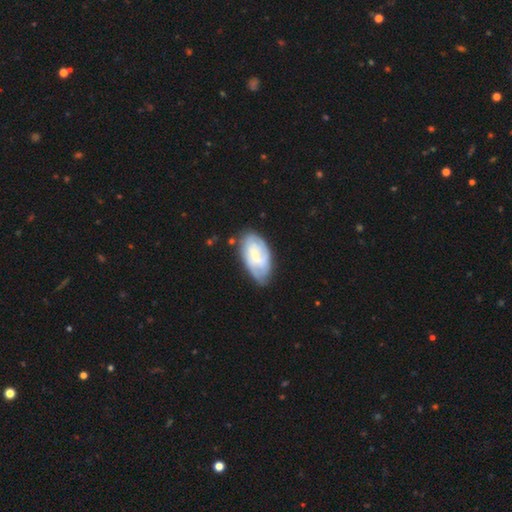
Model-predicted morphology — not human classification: A featured or disk galaxy (55%) with a weak bar (46%), spiral arms (76%) and a small central bulge (54%).

Vote fractions:
- Smooth or featured? featured or disk: 55% / smooth: 40% / star or artifact: 6%
- Edge-on disk? no: 94% / yes: 6%
- Bar? weak: 46% / no: 42% / strong: 13%
- Spiral arms? yes: 76% / no: 24%
- Bulge size? small: 54% / moderate: 35% / none: 7% / large: 3% / dominant: 1%
- Merging? none: 64% / minor disturbance: 26% / major disturbance: 7% / merger: 3%